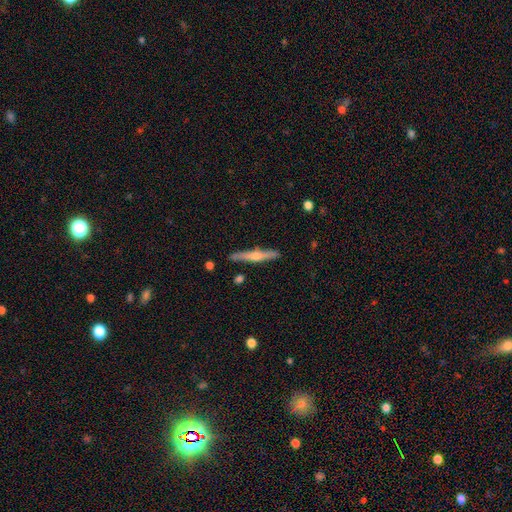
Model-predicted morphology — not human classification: Smooth or featured? featured or disk (68%)
Edge-on disk? yes (97%)
Edge-on bulge? rounded (86%)
Merging? none (89%)